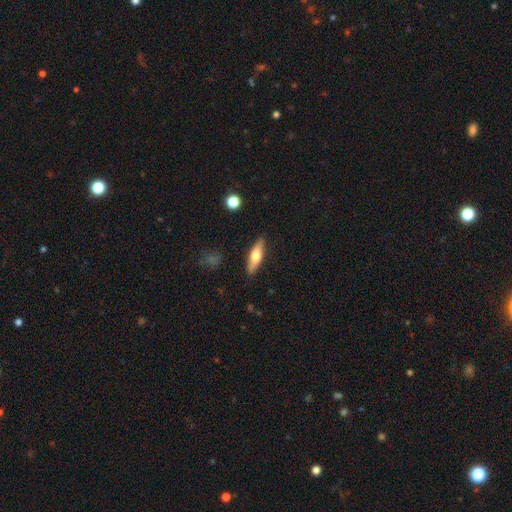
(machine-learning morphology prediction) Smooth or featured? Predicted: smooth (p=0.58). How rounded? Predicted: cigar-shaped (p=0.56). Merging? Predicted: none (p=0.87).